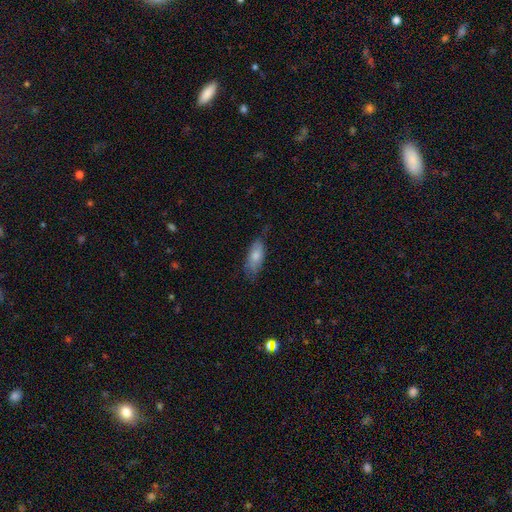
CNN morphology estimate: Q: Smooth or featured?
A: smooth (77%); runner-up: featured or disk (17%)
Q: How rounded?
A: in between (81%); runner-up: cigar-shaped (17%)
Q: Merging?
A: none (62%); runner-up: minor disturbance (29%)